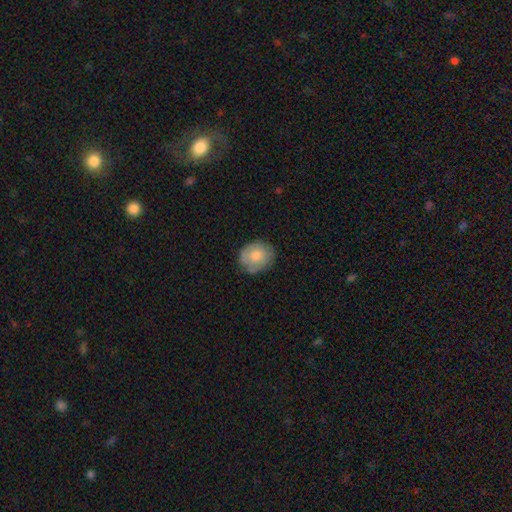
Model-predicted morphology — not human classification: Q: Smooth or featured?
A: smooth (71%); runner-up: featured or disk (22%)
Q: How rounded?
A: round (72%); runner-up: in between (27%)
Q: Merging?
A: none (75%); runner-up: minor disturbance (19%)